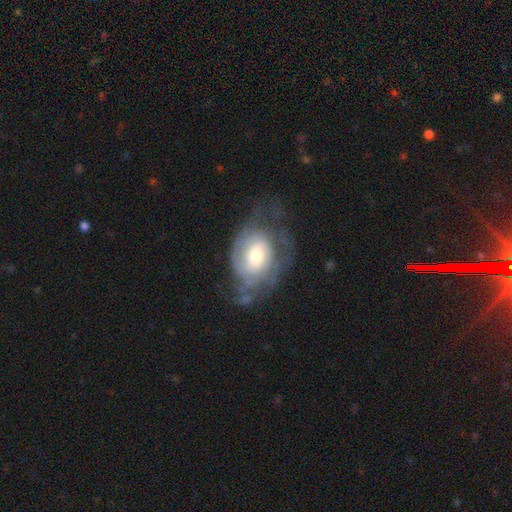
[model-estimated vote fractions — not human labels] Smooth or featured? Predicted: featured or disk (p=0.70). Edge-on disk? Predicted: no (p=0.96). Bar? Predicted: no (p=0.64). Spiral arms? Predicted: yes (p=0.82). Spiral winding? Predicted: tight (p=0.52). Spiral arm count? Predicted: can't tell (p=0.44). Bulge size? Predicted: moderate (p=0.50). Merging? Predicted: none (p=0.47).